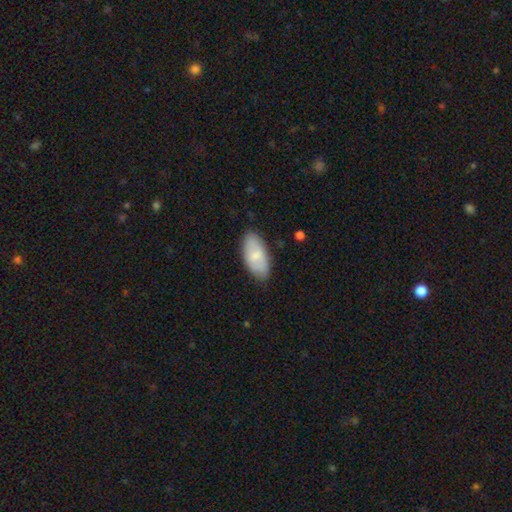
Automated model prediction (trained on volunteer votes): Smooth or featured? smooth (75%)
How rounded? in between (93%)
Merging? none (82%)